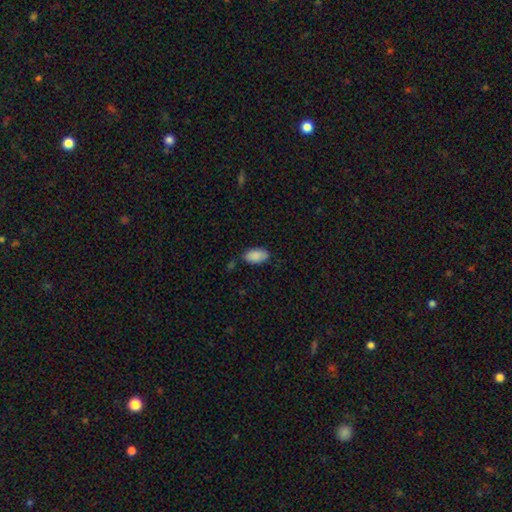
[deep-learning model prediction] Morphology: type=smooth (89%); roundness=in between (95%); merging=none (78%).